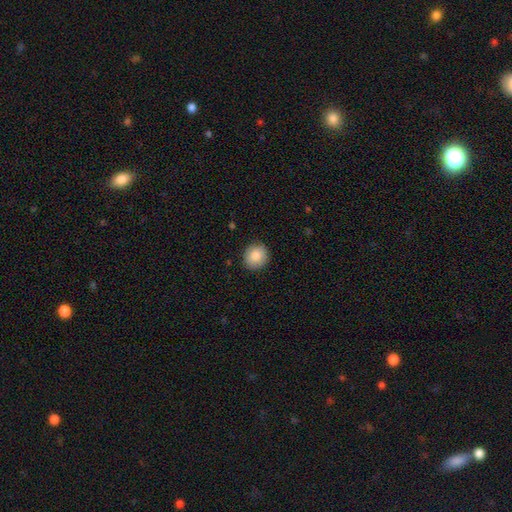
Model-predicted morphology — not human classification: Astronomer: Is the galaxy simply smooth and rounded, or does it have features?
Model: smooth — 85%.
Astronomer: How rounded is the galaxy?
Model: round — 86%.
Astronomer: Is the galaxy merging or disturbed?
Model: none — 89%.